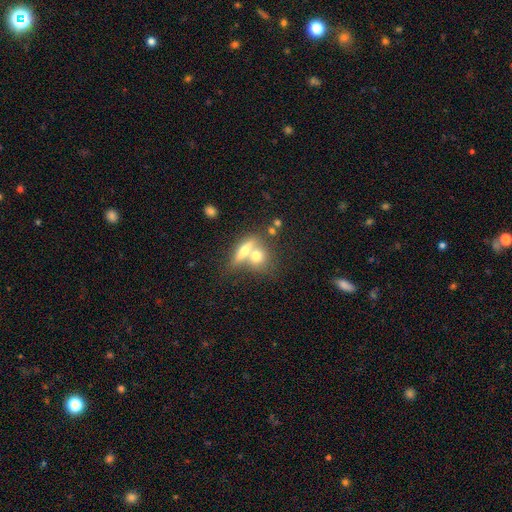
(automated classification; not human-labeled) Smooth or featured: smooth — 64% (featured or disk — 28%)
How rounded: round — 45% (in between — 39%)
Merging: merger — 53% (none — 35%)